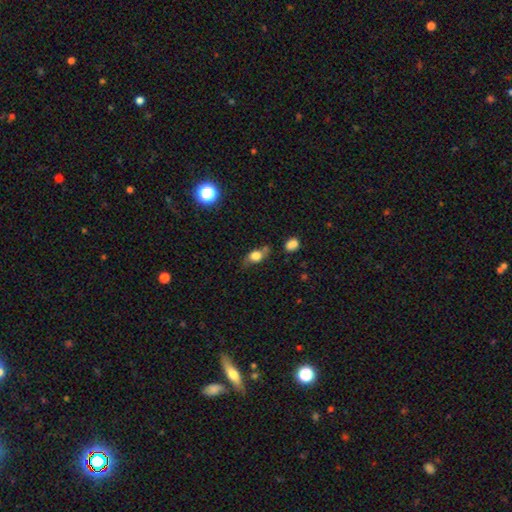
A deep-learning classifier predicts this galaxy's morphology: Q: Smooth or featured?
A: smooth (68%); runner-up: featured or disk (21%)
Q: How rounded?
A: in between (67%); runner-up: round (24%)
Q: Merging?
A: none (59%); runner-up: minor disturbance (25%)